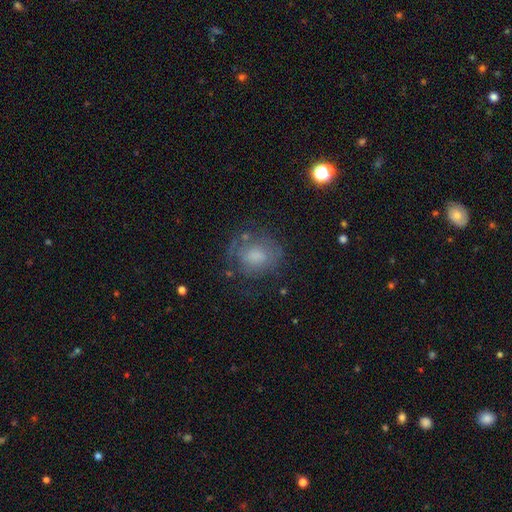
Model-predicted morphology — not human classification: This is possibly a smooth galaxy (52%). How rounded: likely round (62%). Merging: possibly none (60%).